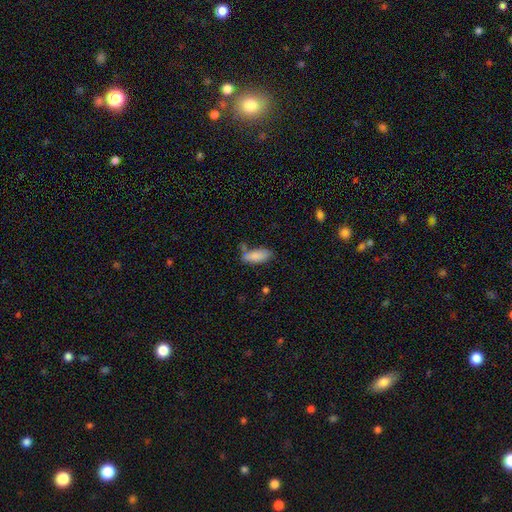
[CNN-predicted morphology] This appears to be a smooth galaxy with no disk features (84%) that is in between round and cigar-shaped (83%). Merging: none (55%).